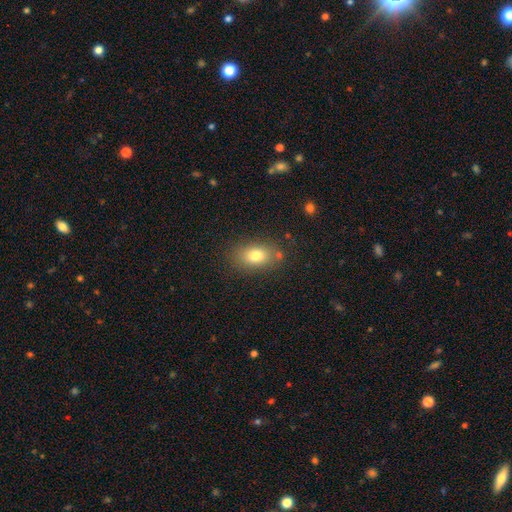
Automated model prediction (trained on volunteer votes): Smooth or featured? Predicted: smooth (p=0.78). How rounded? Predicted: in between (p=0.83). Merging? Predicted: none (p=0.80).